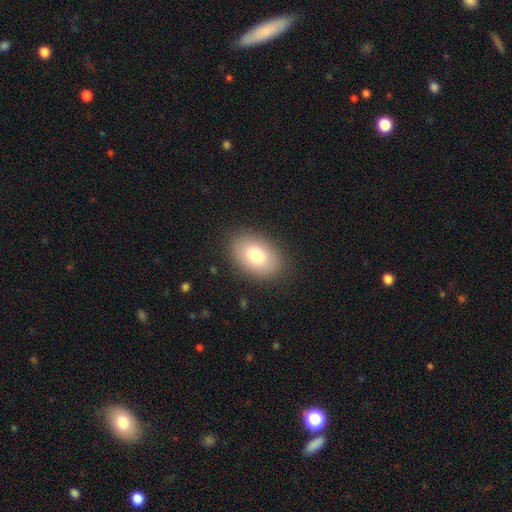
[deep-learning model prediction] Smooth or featured? smooth (79%)
How rounded? in between (85%)
Merging? none (87%)